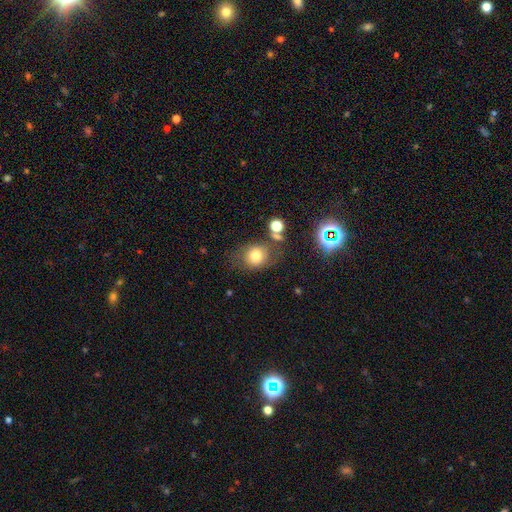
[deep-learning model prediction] Smooth or featured? Predicted: smooth (p=0.73). How rounded? Predicted: round (p=0.63). Merging? Predicted: none (p=0.62).